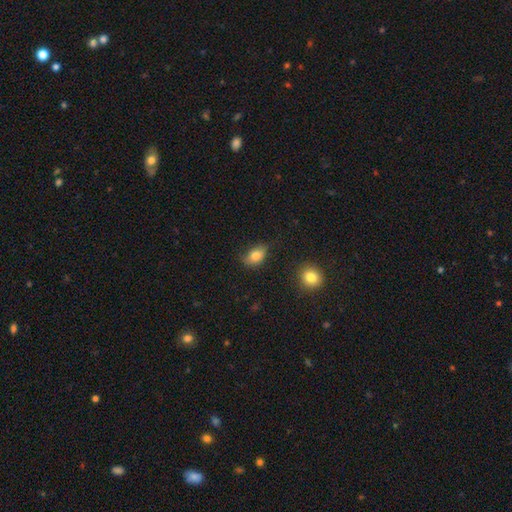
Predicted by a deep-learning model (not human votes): Smooth or featured?
  - smooth: 81% *
  - featured or disk: 10%
  - star or artifact: 9%
How rounded?
  - in between: 82% *
  - round: 16%
  - cigar-shaped: 2%
Merging?
  - none: 63% *
  - minor disturbance: 28%
  - major disturbance: 7%
  - merger: 2%